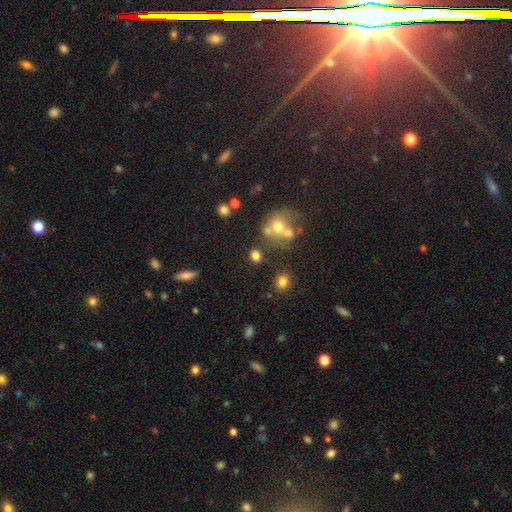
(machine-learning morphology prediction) smooth-or-featured: smooth: 73% | star or artifact: 16% | featured or disk: 11%
  how-rounded: round: 64% | in between: 34% | cigar-shaped: 2%
  merging: none: 60% | merger: 22% | minor disturbance: 12% | major disturbance: 7%